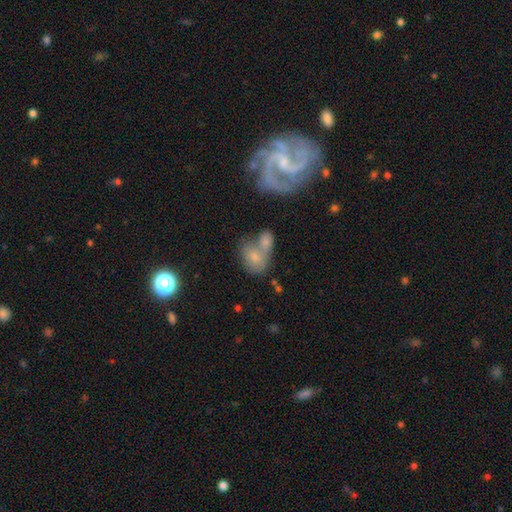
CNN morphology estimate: type=smooth (70%); roundness=in between (73%); merging=merger (60%).